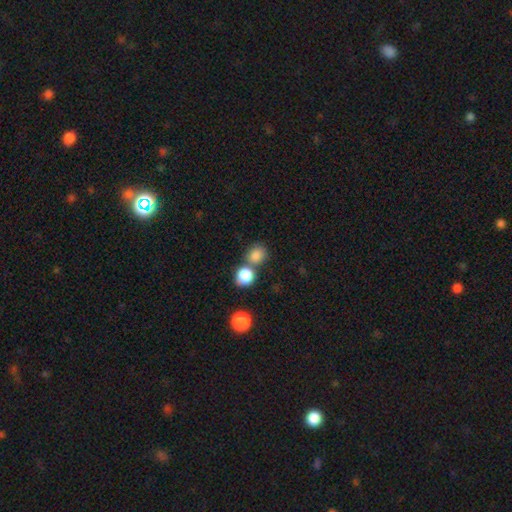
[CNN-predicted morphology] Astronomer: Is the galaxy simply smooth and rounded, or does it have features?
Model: smooth — 83%.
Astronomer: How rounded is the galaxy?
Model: round — 76%.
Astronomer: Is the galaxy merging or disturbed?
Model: none — 53% (runner-up: merger, 35%).